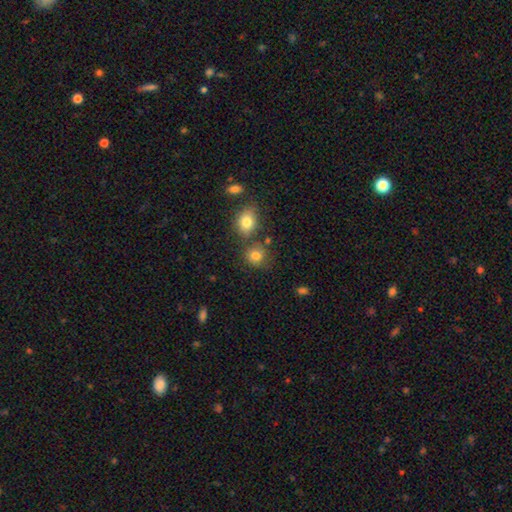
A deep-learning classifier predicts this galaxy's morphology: A smooth galaxy with no disk features (80%) that is round (77%). Merging: none (66%).